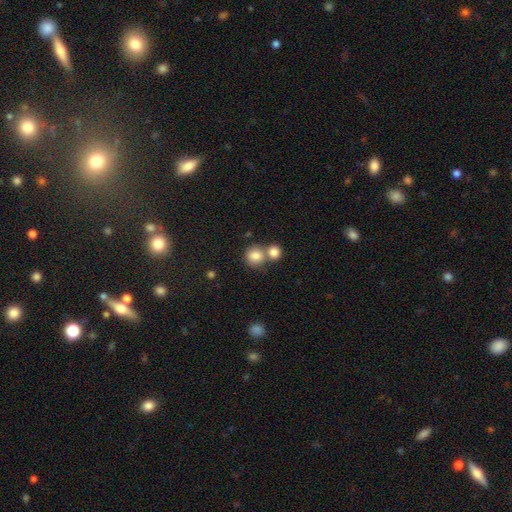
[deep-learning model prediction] smooth-or-featured: smooth: 82% | star or artifact: 10% | featured or disk: 8%
  how-rounded: round: 86% | in between: 13% | cigar-shaped: 1%
  merging: none: 47% | merger: 43% | minor disturbance: 7% | major disturbance: 3%